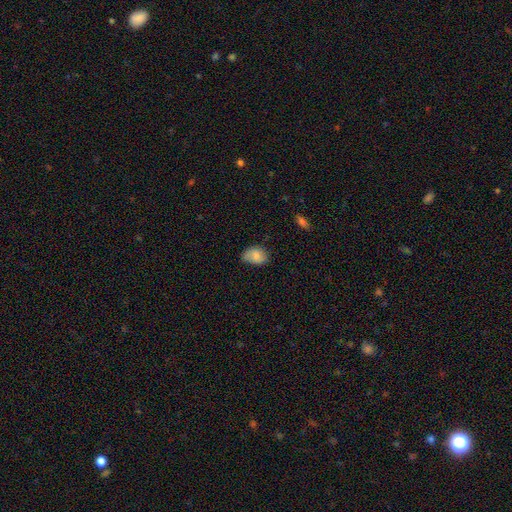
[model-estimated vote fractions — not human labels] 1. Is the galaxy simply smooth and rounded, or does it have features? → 82% smooth, 10% featured or disk, 8% star or artifact.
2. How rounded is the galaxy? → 78% in between, 21% round, 1% cigar-shaped.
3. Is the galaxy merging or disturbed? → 60% none, 32% minor disturbance, 6% major disturbance, 2% merger.